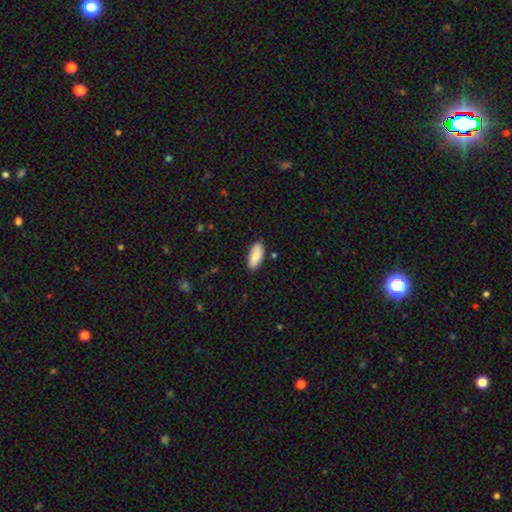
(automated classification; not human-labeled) Smooth or featured: smooth — 87% (featured or disk — 7%)
How rounded: in between — 87% (cigar-shaped — 11%)
Merging: none — 86% (minor disturbance — 10%)